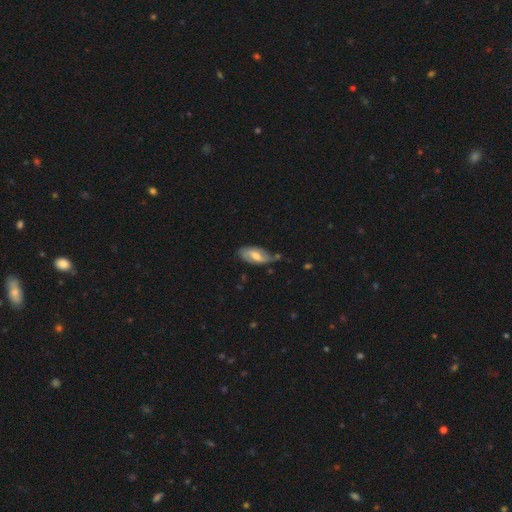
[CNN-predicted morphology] A featured or disk galaxy (53%). Merging: none (56%).